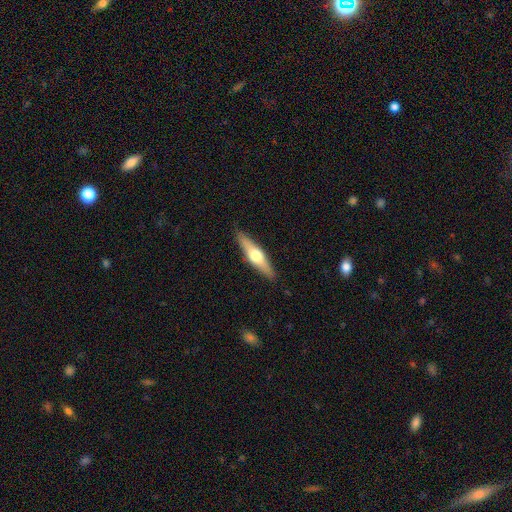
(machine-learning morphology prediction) Overall: featured or disk (54%; smooth 41%). Edge-on disk: yes (93%). Merging: none (89%).